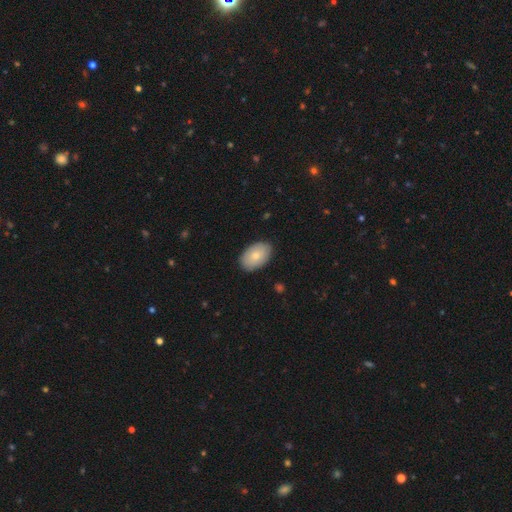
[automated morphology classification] Smooth or featured? Predicted: smooth (p=0.75). How rounded? Predicted: in between (p=0.91). Merging? Predicted: none (p=0.85).